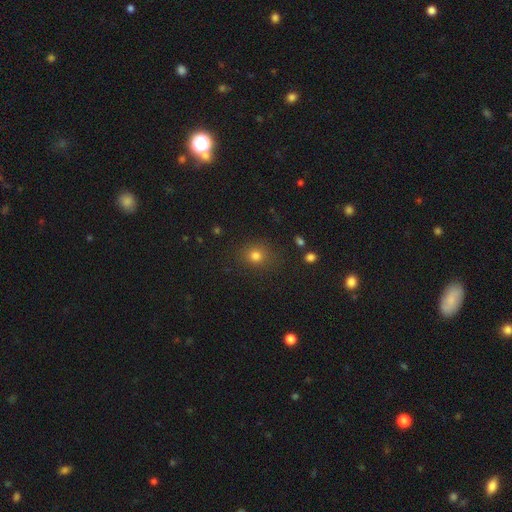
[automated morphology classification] Smooth or featured: smooth — 79% (star or artifact — 15%)
How rounded: round — 75% (in between — 24%)
Merging: none — 83% (minor disturbance — 11%)